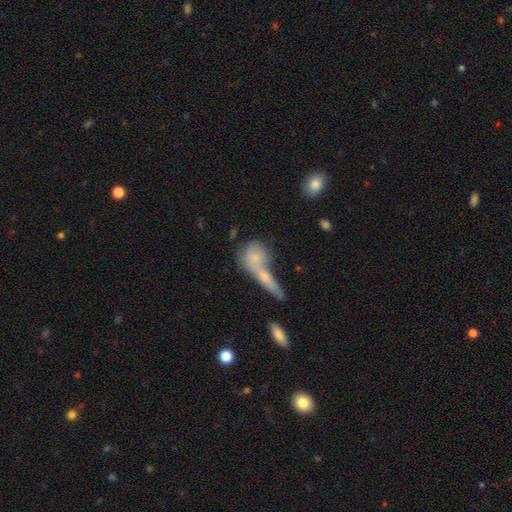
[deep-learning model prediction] Q: Smooth or featured?
A: smooth (72%); runner-up: featured or disk (20%)
Q: How rounded?
A: round (48%); runner-up: in between (33%)
Q: Merging?
A: merger (48%); runner-up: none (35%)